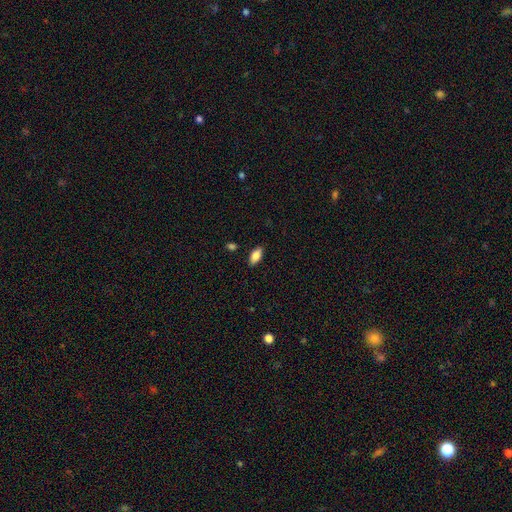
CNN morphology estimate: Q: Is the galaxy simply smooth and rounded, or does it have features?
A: smooth — 84%.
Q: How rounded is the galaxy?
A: in between — 89%.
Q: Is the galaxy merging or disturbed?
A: none — 87%.